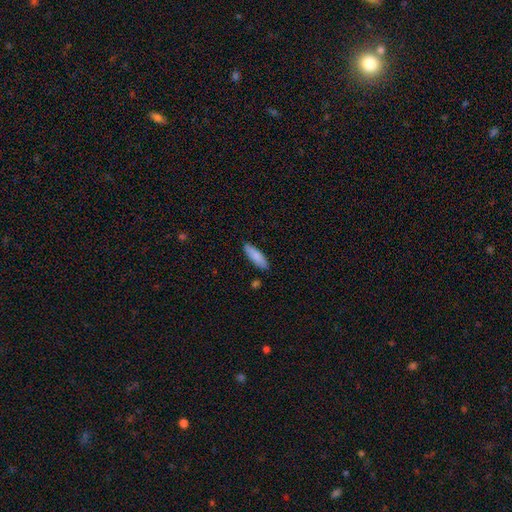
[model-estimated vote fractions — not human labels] Q: Smooth or featured?
A: smooth (86%); runner-up: featured or disk (9%)
Q: How rounded?
A: cigar-shaped (53%); runner-up: in between (46%)
Q: Merging?
A: none (85%); runner-up: minor disturbance (11%)